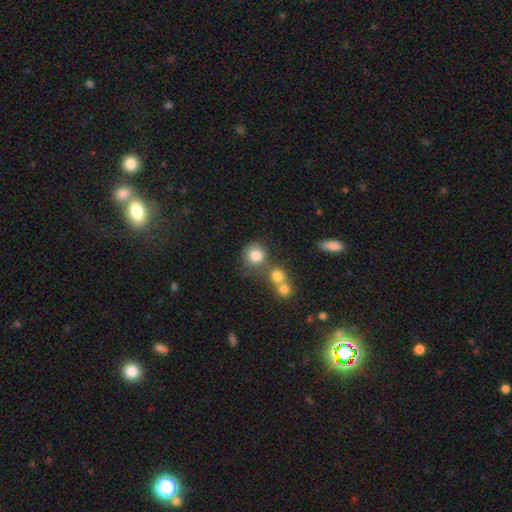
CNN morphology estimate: Q: Smooth or featured?
A: smooth (81%); runner-up: star or artifact (11%)
Q: How rounded?
A: round (87%); runner-up: in between (12%)
Q: Merging?
A: none (56%); runner-up: merger (27%)